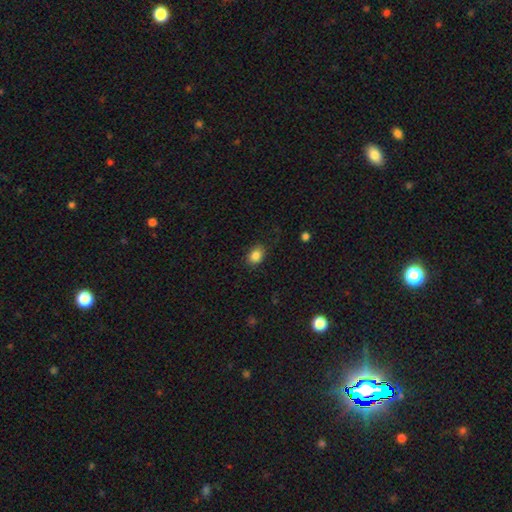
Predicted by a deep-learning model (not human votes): smooth 85%, star or artifact 10%, featured or disk 6%. Down the decision tree: how rounded — in between (60%); merging — none (83%).